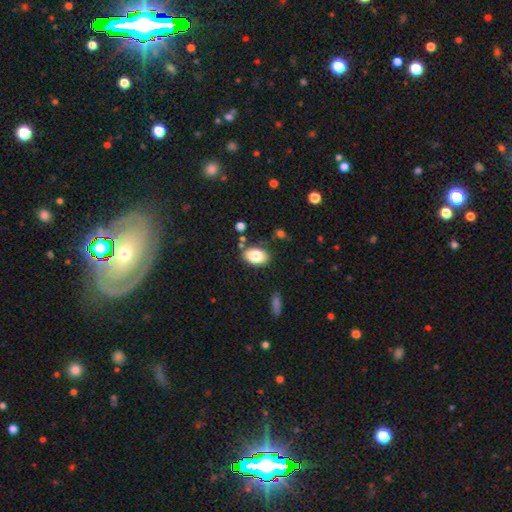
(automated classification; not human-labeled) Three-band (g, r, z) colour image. It shows a smooth galaxy with no disk features (82%) that is in between round and cigar-shaped (88%). Merging: none (77%).